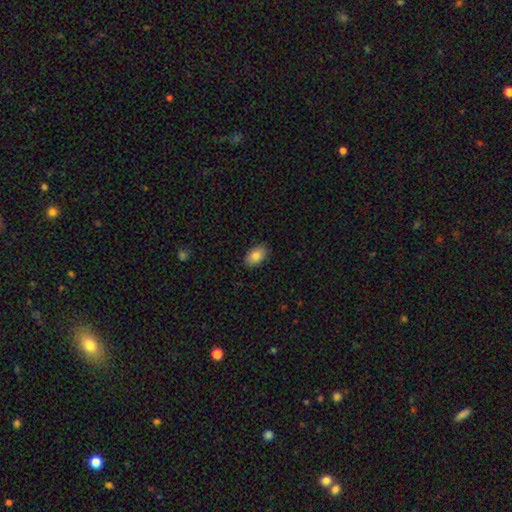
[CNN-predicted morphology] Smooth or featured?
  - smooth: 84% *
  - featured or disk: 9%
  - star or artifact: 7%
How rounded?
  - in between: 92% *
  - round: 7%
  - cigar-shaped: 1%
Merging?
  - none: 88% *
  - minor disturbance: 9%
  - major disturbance: 2%
  - merger: 1%